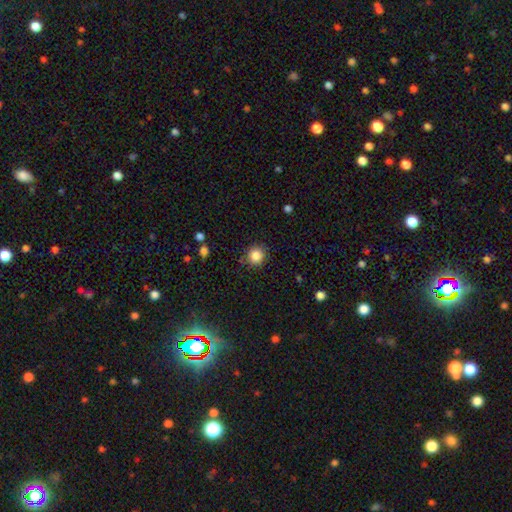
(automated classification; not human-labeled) Smooth or featured? Predicted: smooth (p=0.85). How rounded? Predicted: round (p=0.92). Merging? Predicted: none (p=0.87).